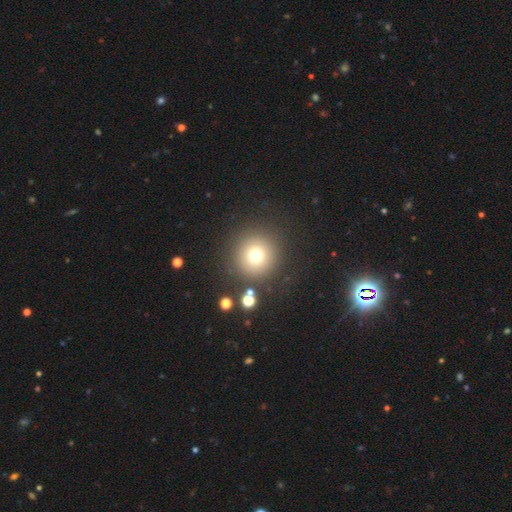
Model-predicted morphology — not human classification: This appears to be a smooth galaxy with no disk features (72%) that is round (95%). Merging: none (86%).